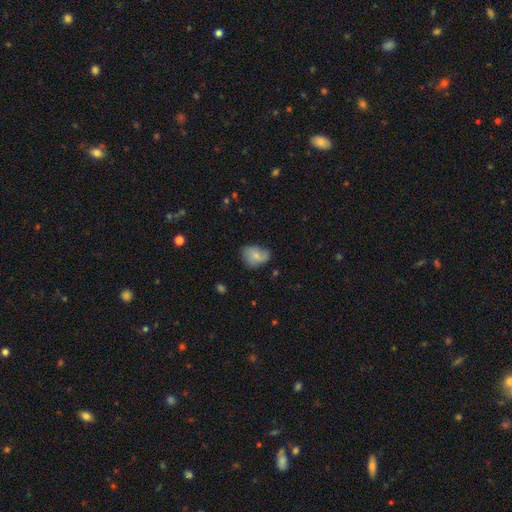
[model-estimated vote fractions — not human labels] smooth 64%, featured or disk 27%, star or artifact 9%. Down the decision tree: how rounded — in between (64%); merging — none (49%).